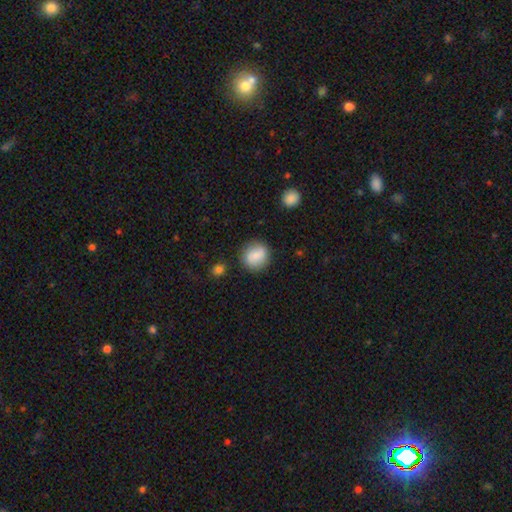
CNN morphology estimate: Smooth or featured: smooth — 81% (featured or disk — 11%)
How rounded: round — 83% (in between — 16%)
Merging: none — 82% (minor disturbance — 11%)